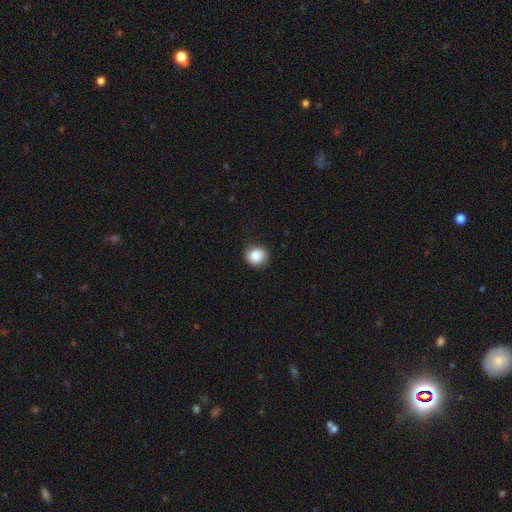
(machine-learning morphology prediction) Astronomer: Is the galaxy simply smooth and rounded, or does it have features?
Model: smooth — 87%.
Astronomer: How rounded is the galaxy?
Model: round — 81%.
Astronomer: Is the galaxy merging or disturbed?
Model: none — 76%.